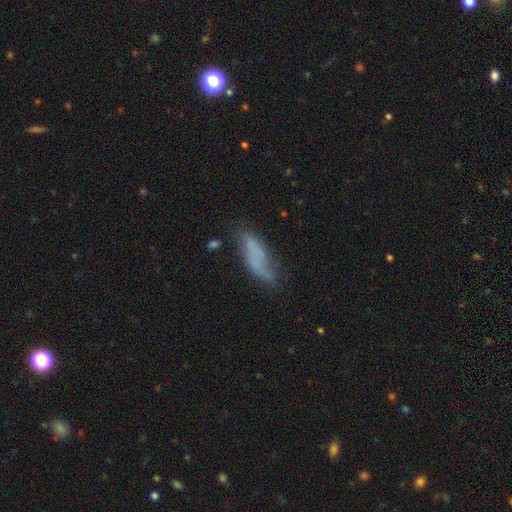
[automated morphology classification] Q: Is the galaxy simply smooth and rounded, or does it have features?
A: smooth — 60%.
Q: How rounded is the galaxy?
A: in between — 53%.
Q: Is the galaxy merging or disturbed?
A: none — 50%.